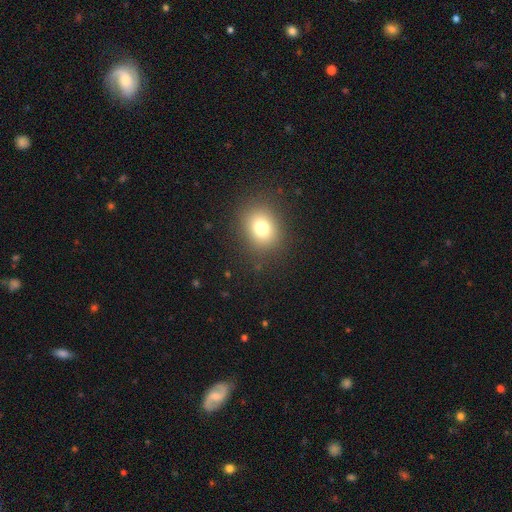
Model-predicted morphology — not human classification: Smooth or featured: smooth — 72% (star or artifact — 20%)
How rounded: round — 68% (in between — 31%)
Merging: none — 90% (minor disturbance — 7%)